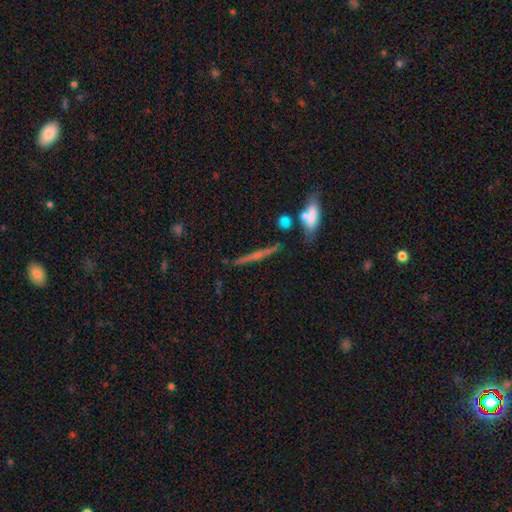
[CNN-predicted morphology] Smooth or featured? Predicted: featured or disk (p=0.63). Edge-on disk? Predicted: yes (p=0.96). Edge-on bulge? Predicted: rounded (p=0.53). Merging? Predicted: none (p=0.81).